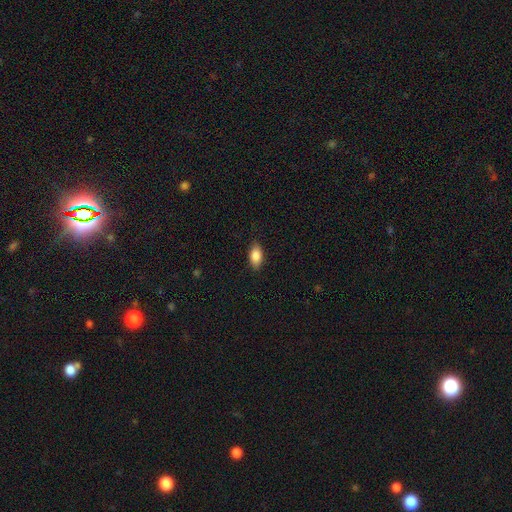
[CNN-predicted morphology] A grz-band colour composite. It shows a smooth galaxy with no disk features (87%) that is in between round and cigar-shaped (90%). Merging: none (87%).